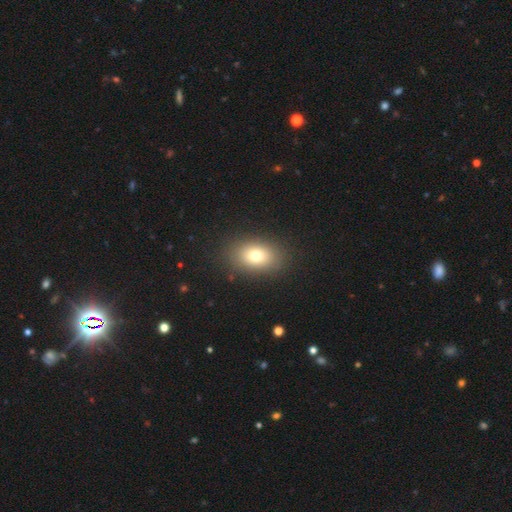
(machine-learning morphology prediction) Smooth or featured: smooth — 76% (featured or disk — 13%)
How rounded: in between — 78% (round — 20%)
Merging: none — 86% (minor disturbance — 9%)